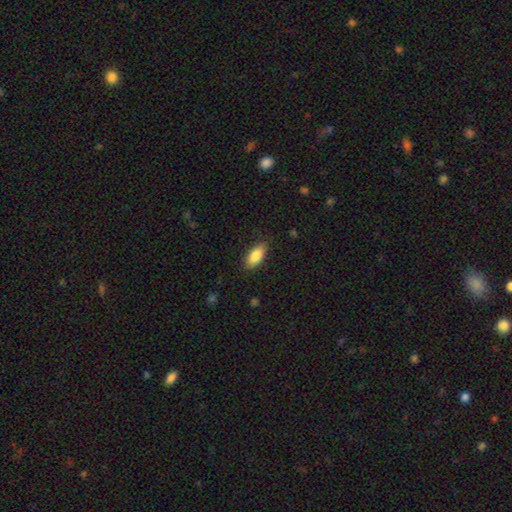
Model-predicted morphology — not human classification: smooth-or-featured: smooth: 87% | star or artifact: 7% | featured or disk: 6%
  how-rounded: in between: 88% | cigar-shaped: 10% | round: 2%
  merging: none: 85% | minor disturbance: 11% | major disturbance: 3% | merger: 1%